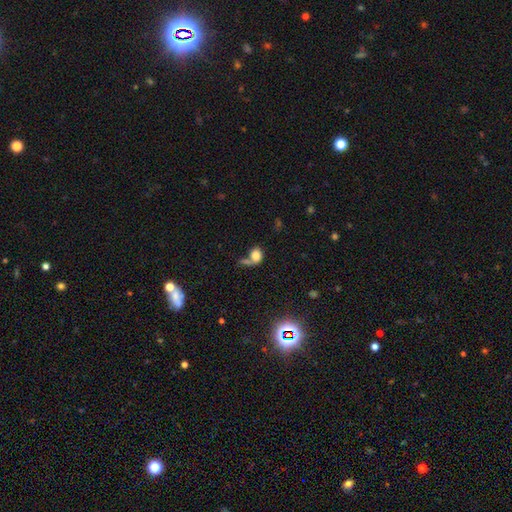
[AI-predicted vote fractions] A smooth galaxy with no disk features (76%) that is in between round and cigar-shaped (55%).

Vote fractions:
- Smooth or featured? smooth: 76% / featured or disk: 12% / star or artifact: 12%
- How rounded? in between: 55% / round: 43% / cigar-shaped: 2%
- Merging? merger: 37% / none: 35% / minor disturbance: 14% / major disturbance: 14%